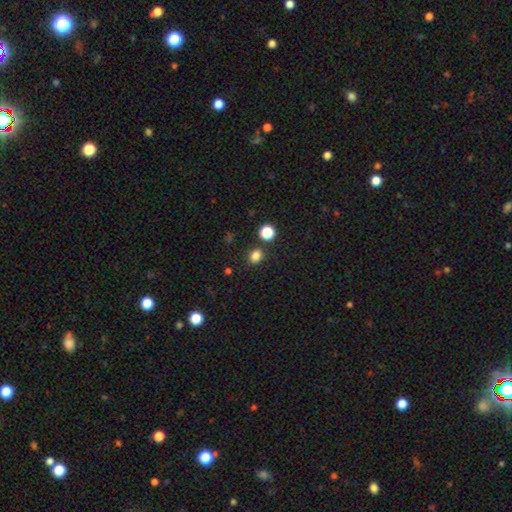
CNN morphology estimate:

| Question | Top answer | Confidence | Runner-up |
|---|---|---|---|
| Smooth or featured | smooth | 82% | star or artifact (14%) |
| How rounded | round | 69% | in between (30%) |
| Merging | none | 83% | minor disturbance (8%) |